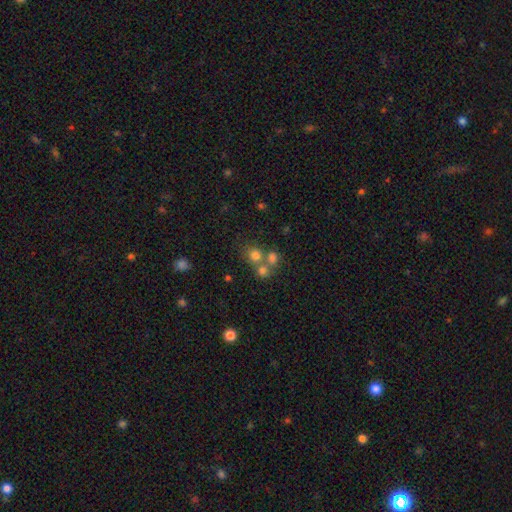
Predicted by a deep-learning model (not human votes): smooth 70%, star or artifact 18%, featured or disk 12%. Down the decision tree: how rounded — round (82%); merging — none (48%).